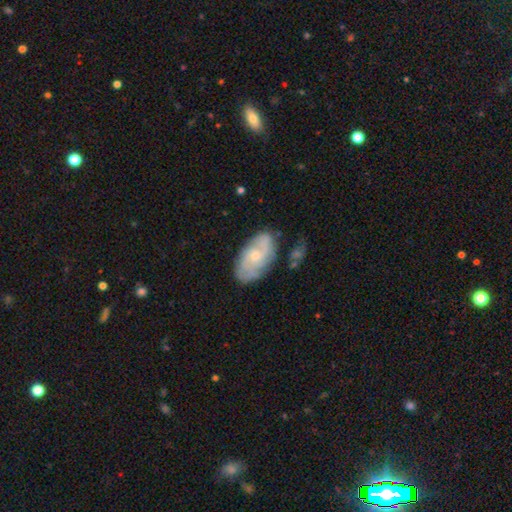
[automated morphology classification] smooth_or_featured: featured or disk (p=0.68) [alt: smooth p=0.26]
disk_edge_on: no (p=0.95) [alt: yes p=0.05]
bar: no (p=0.71) [alt: weak p=0.26]
has_spiral_arms: yes (p=0.87) [alt: no p=0.13]
spiral_winding: tight (p=0.44) [alt: medium p=0.39]
spiral_arm_count: can't tell (p=0.36) [alt: 2 p=0.34]
bulge_size: small (p=0.59) [alt: moderate p=0.36]
merging: none (p=0.69) [alt: minor disturbance p=0.21]